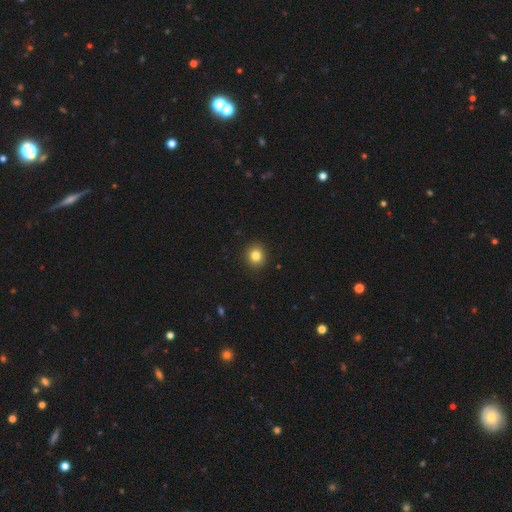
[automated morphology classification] Smooth or featured? Predicted: smooth (p=0.83). How rounded? Predicted: round (p=0.86). Merging? Predicted: none (p=0.92).